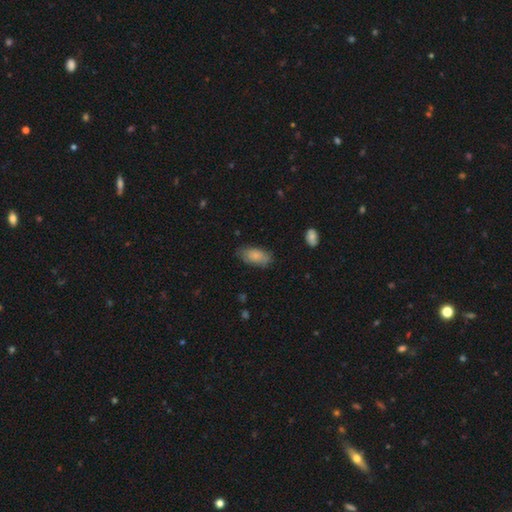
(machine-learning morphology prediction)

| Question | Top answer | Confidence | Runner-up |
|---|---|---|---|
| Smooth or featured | smooth | 79% | featured or disk (15%) |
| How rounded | in between | 91% | cigar-shaped (6%) |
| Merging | none | 70% | minor disturbance (23%) |